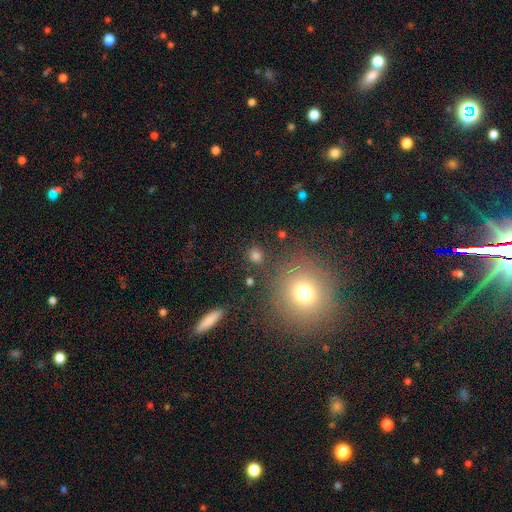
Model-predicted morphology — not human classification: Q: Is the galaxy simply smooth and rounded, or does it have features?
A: smooth — 75%.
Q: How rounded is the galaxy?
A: round — 87%.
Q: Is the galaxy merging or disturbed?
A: none — 86%.